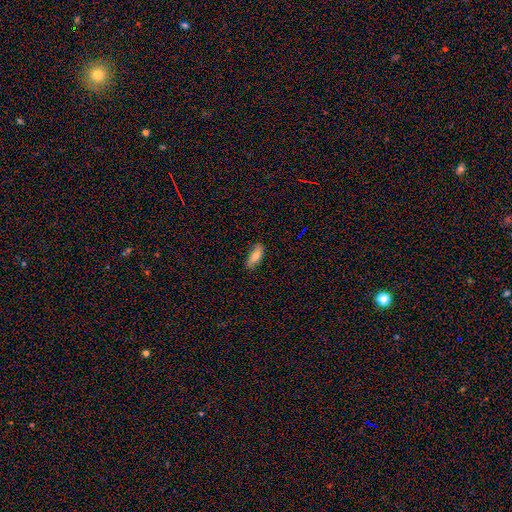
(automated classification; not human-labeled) Q: Smooth or featured?
A: smooth (77%); runner-up: featured or disk (16%)
Q: How rounded?
A: in between (75%); runner-up: cigar-shaped (22%)
Q: Merging?
A: none (84%); runner-up: minor disturbance (13%)